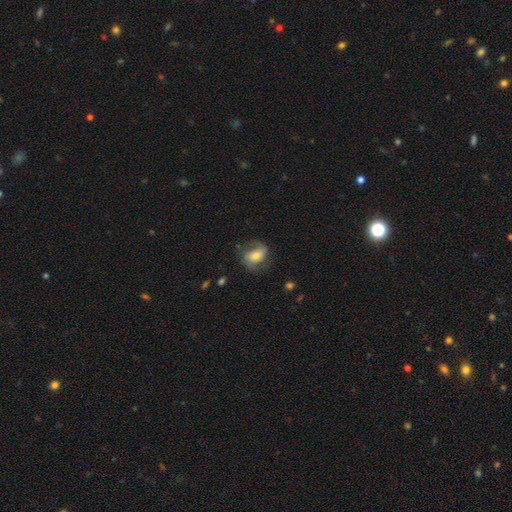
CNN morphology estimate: smooth_or_featured: featured or disk (p=0.59) [alt: smooth p=0.34]
disk_edge_on: no (p=0.96) [alt: yes p=0.04]
bar: no (p=0.42) [alt: weak p=0.33]
has_spiral_arms: yes (p=0.86) [alt: no p=0.14]
bulge_size: moderate (p=0.48) [alt: small p=0.36]
merging: none (p=0.63) [alt: minor disturbance p=0.21]